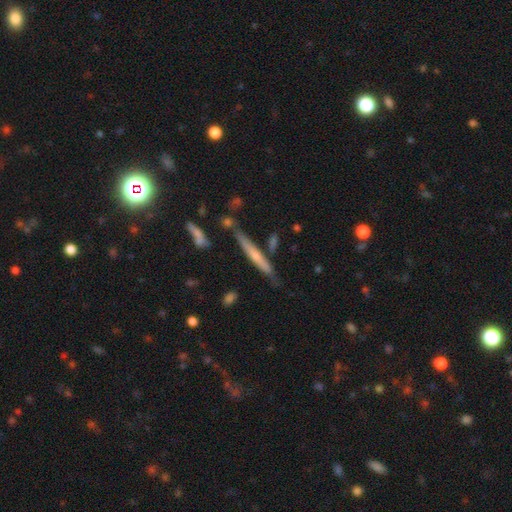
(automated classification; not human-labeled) A featured or disk galaxy (47%).

Vote fractions:
- Smooth or featured? featured or disk: 47% / smooth: 46% / star or artifact: 7%
- Merging? none: 74% / minor disturbance: 16% / merger: 6% / major disturbance: 4%